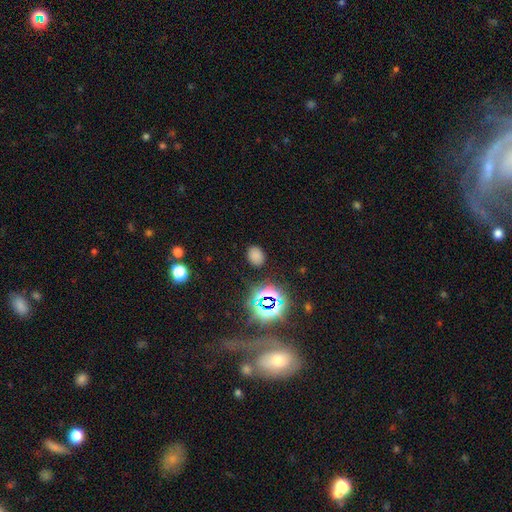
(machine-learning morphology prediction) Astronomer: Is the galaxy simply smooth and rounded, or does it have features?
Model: smooth — 67%.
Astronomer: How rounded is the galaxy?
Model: in between — 67%.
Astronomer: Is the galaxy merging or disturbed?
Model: none — 84%.